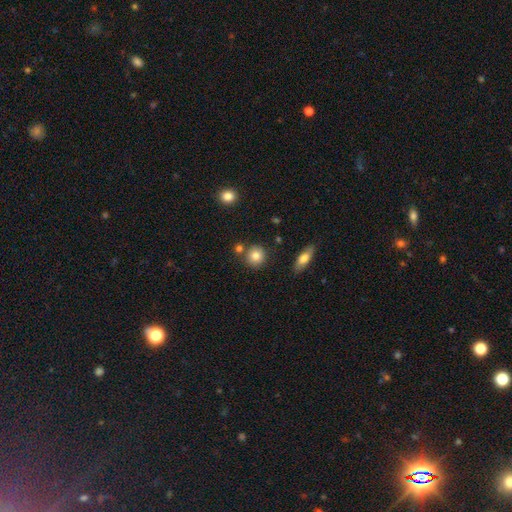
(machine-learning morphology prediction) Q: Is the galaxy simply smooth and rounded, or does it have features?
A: smooth — 81%.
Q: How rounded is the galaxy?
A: round — 90%.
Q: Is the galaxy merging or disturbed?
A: none — 80%.